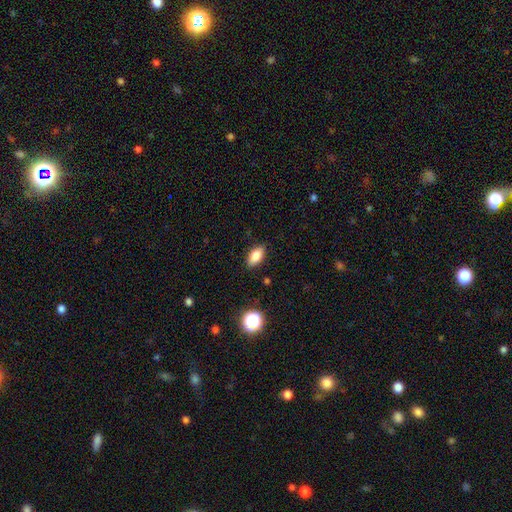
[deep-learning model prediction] smooth 81%, featured or disk 10%, star or artifact 9%. Down the decision tree: how rounded — in between (88%); merging — none (86%).